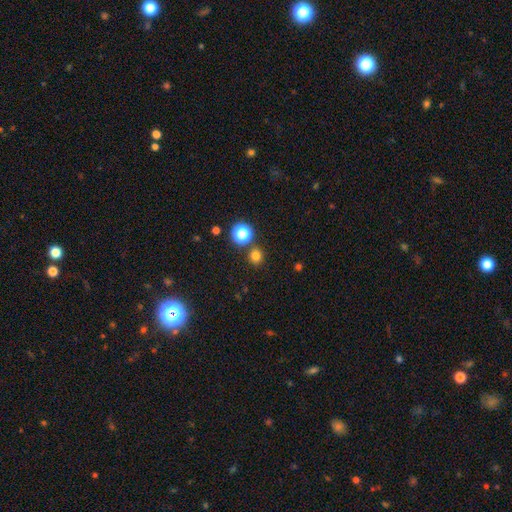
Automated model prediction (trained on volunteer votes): Smooth or featured: smooth — 76% (star or artifact — 19%)
How rounded: round — 91% (in between — 8%)
Merging: none — 86% (minor disturbance — 6%)